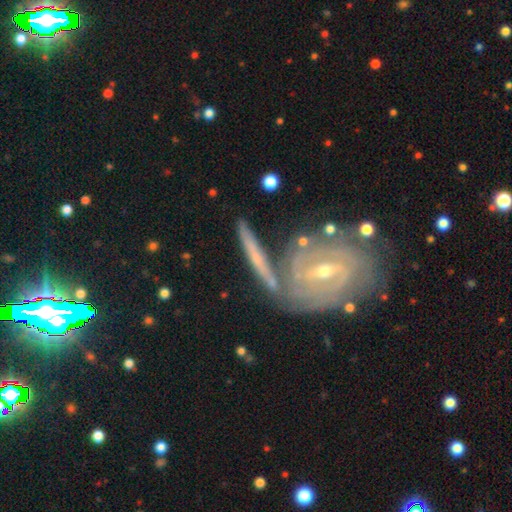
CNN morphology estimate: This appears to be a featured or disk galaxy (67%) viewed edge-on (58%). Merging: none (64%).